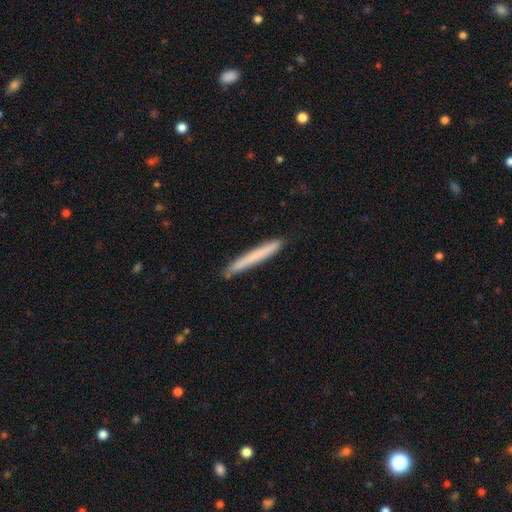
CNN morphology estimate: smooth-or-featured: smooth: 70% | featured or disk: 24% | star or artifact: 6%
  how-rounded: cigar-shaped: 97% | in between: 2% | round: 1%
  merging: none: 89% | minor disturbance: 9% | major disturbance: 1% | merger: 1%